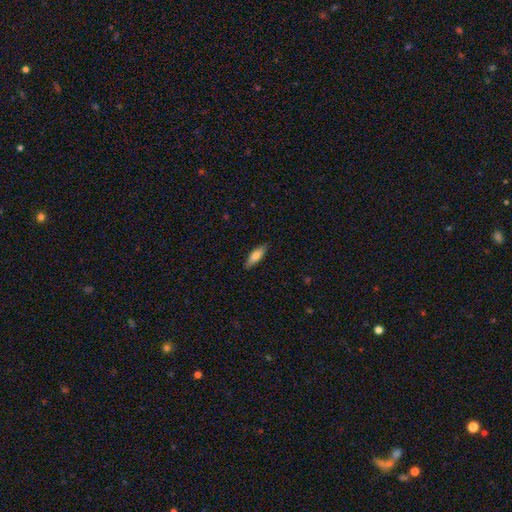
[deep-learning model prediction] Morphology: type=smooth (77%); roundness=in between (55%); merging=none (86%).